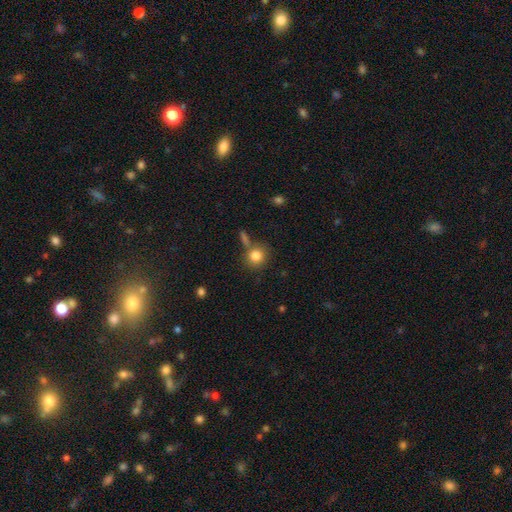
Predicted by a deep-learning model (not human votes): Smooth or featured? Predicted: smooth (p=0.83). How rounded? Predicted: round (p=0.86). Merging? Predicted: none (p=0.68).